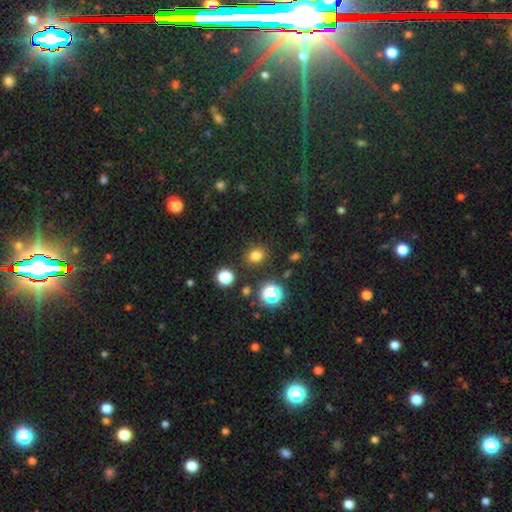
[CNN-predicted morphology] Smooth or featured? smooth (76%)
How rounded? round (65%)
Merging? none (85%)